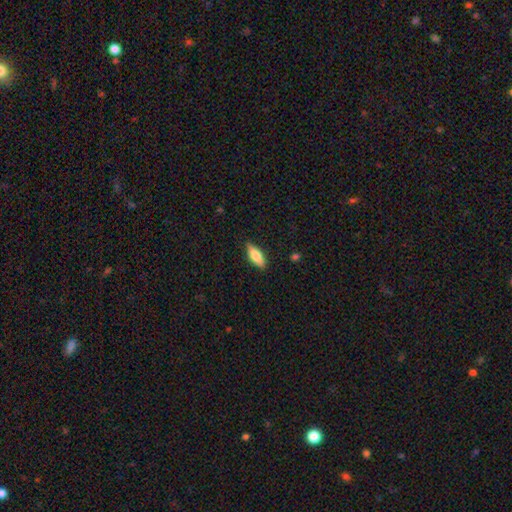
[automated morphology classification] This appears to be a smooth galaxy with no disk features (75%) that is in between round and cigar-shaped (69%). Merging: none (86%).